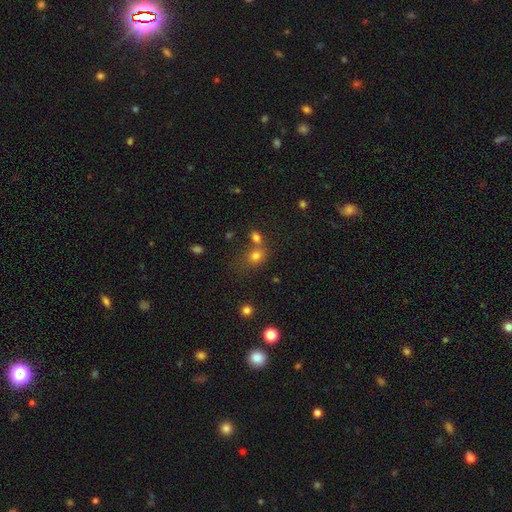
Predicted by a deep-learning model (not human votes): This appears to be a smooth galaxy with no disk features (73%) that is round (60%). Merging: none (48%).